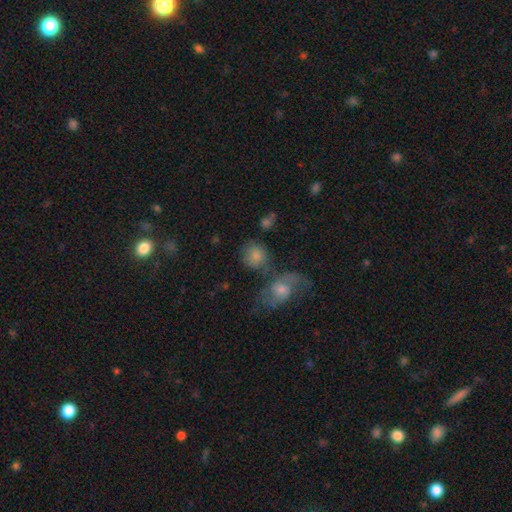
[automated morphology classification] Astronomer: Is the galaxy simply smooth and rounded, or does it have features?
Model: smooth — 76%.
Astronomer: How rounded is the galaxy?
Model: round — 69%.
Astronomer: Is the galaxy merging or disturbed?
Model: none — 49% (runner-up: merger, 26%).